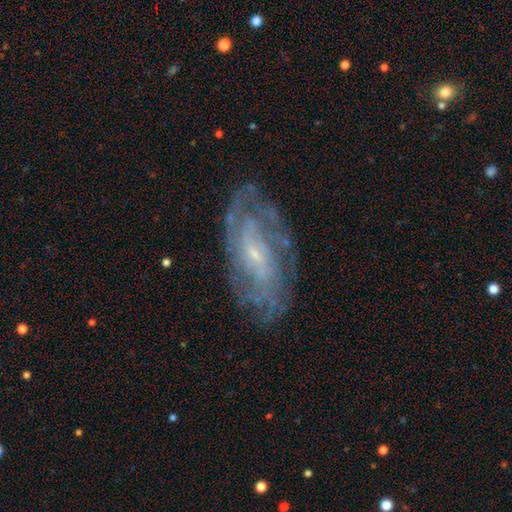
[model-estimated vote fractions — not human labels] Morphology: type=featured or disk (82%); edge-on=no (93%); bar=weak (44%, tied with no); spiral arms=yes (90%); winding=tight (54%); arm count=can't tell (47%); bulge=small (79%); merging=none (74%).